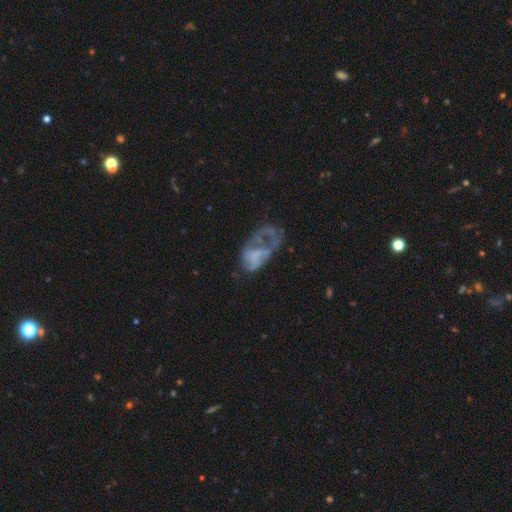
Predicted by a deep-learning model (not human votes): smooth-or-featured: featured or disk: 58% | smooth: 31% | star or artifact: 11%
  disk-edge-on: no: 97% | yes: 3%
    bar: no: 83% | weak: 14% | strong: 3%
    has-spiral-arms: no: 71% | yes: 29%
    bulge-size: none: 66% | small: 13% | moderate: 12% | large: 7% | dominant: 2%
  merging: major disturbance: 51% | none: 24% | minor disturbance: 17% | merger: 8%